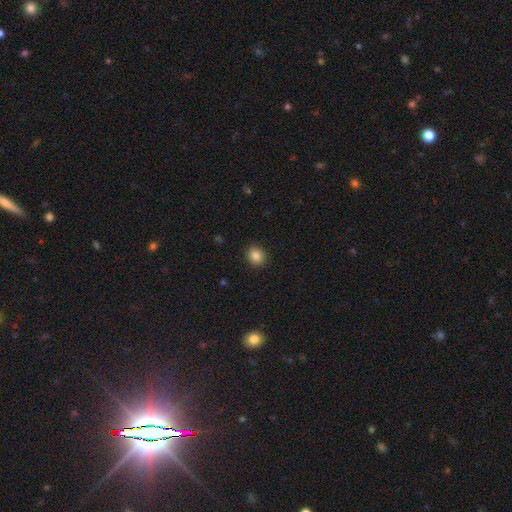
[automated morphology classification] This appears to be a smooth galaxy with no disk features (85%) that is round (60%). Merging: none (90%).